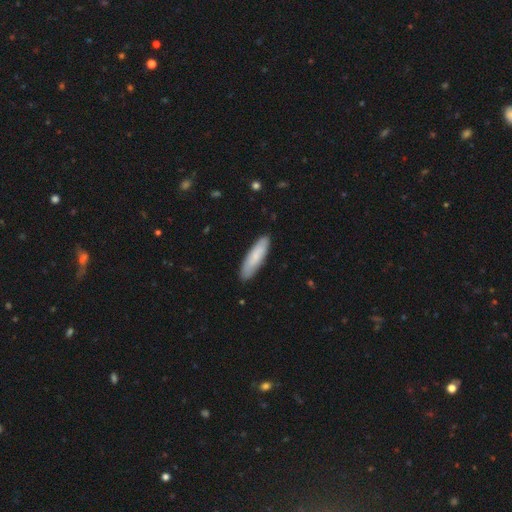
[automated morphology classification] A smooth galaxy with no disk features (80%) that is cigar-shaped (67%). Merging: none (88%).